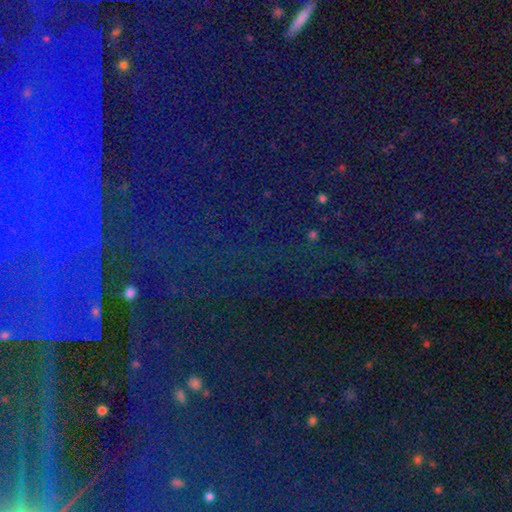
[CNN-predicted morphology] smooth-or-featured: star or artifact: 80% | smooth: 11% | featured or disk: 9%